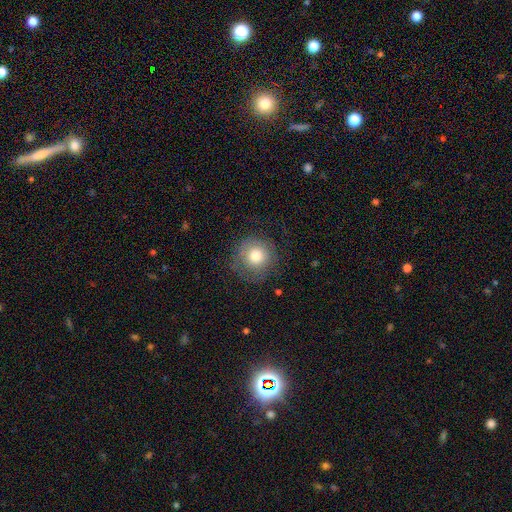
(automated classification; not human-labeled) Smooth or featured? smooth (70%)
How rounded? round (93%)
Merging? none (71%)